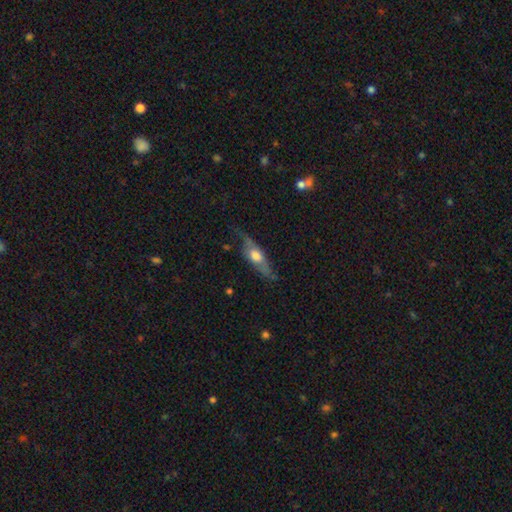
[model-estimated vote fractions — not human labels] Morphology: type=featured or disk (49%); merging=none (58%).